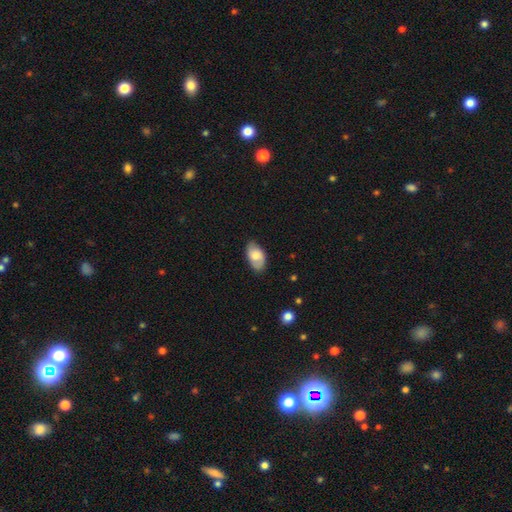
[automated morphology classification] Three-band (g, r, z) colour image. It shows a smooth galaxy with no disk features (70%) that is in between round and cigar-shaped (94%). Merging: none (76%).